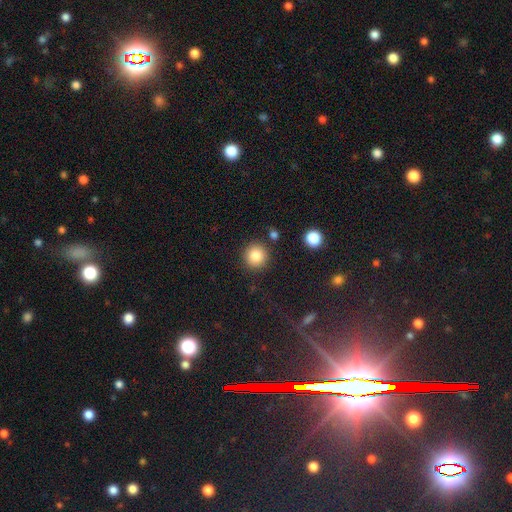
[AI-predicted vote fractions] A smooth galaxy with no disk features (85%) that is round (93%).

Vote fractions:
- Smooth or featured? smooth: 85% / star or artifact: 10% / featured or disk: 5%
- How rounded? round: 93% / in between: 6% / cigar-shaped: 1%
- Merging? none: 87% / minor disturbance: 7% / merger: 4% / major disturbance: 3%